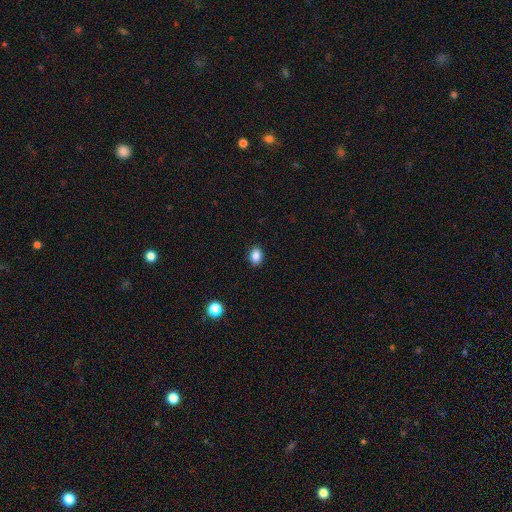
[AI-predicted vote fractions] This appears to be a smooth galaxy with no disk features (87%) that is in between round and cigar-shaped (70%). Merging: none (90%).